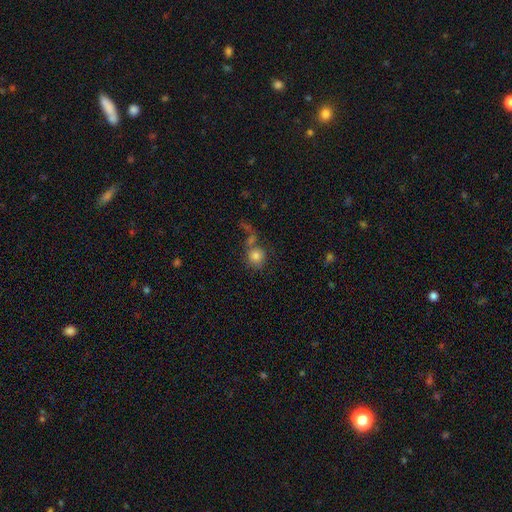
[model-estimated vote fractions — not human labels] Smooth or featured? smooth (79%)
How rounded? round (87%)
Merging? none (52%)